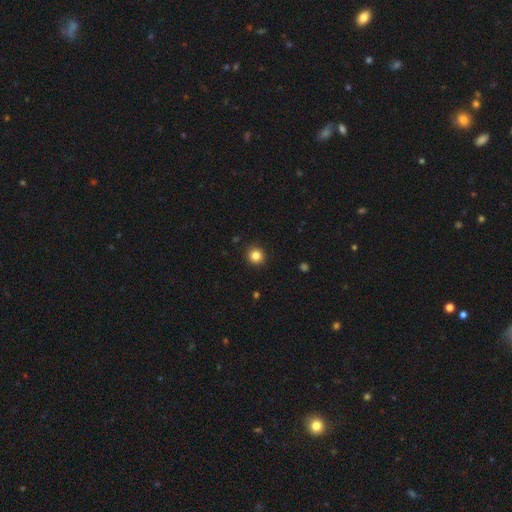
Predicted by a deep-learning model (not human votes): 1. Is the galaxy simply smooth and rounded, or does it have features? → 84% smooth, 11% star or artifact, 5% featured or disk.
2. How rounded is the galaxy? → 94% round, 5% in between, 1% cigar-shaped.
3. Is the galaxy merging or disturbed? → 92% none, 5% minor disturbance, 2% major disturbance, 1% merger.